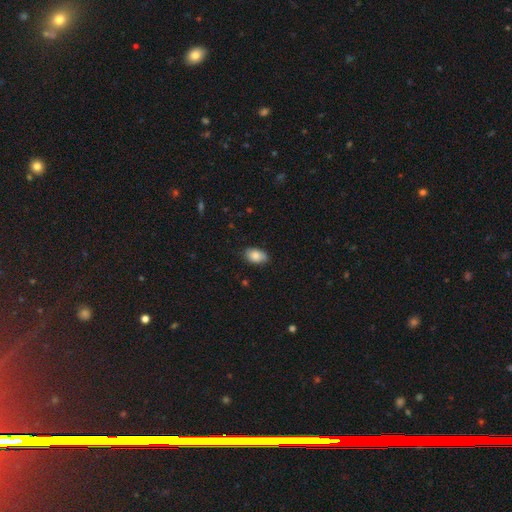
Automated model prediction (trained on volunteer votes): Smooth or featured: smooth — 83% (featured or disk — 10%)
How rounded: in between — 87% (round — 11%)
Merging: none — 75% (minor disturbance — 21%)